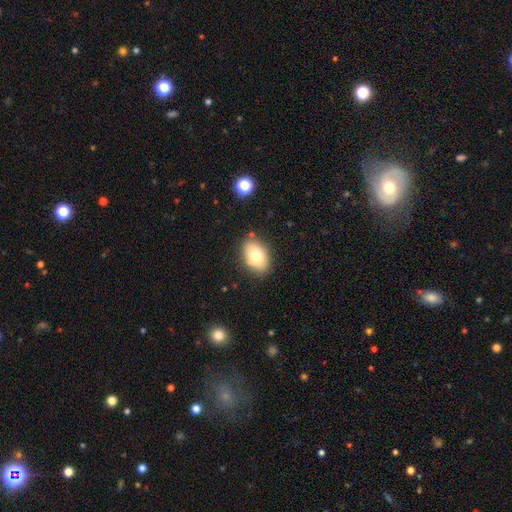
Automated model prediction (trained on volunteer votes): The model was most divided on "smooth or featured": smooth: 79%, featured or disk: 13%, star or artifact: 8%. More confident: how rounded — in between (88%); merging — none (80%).